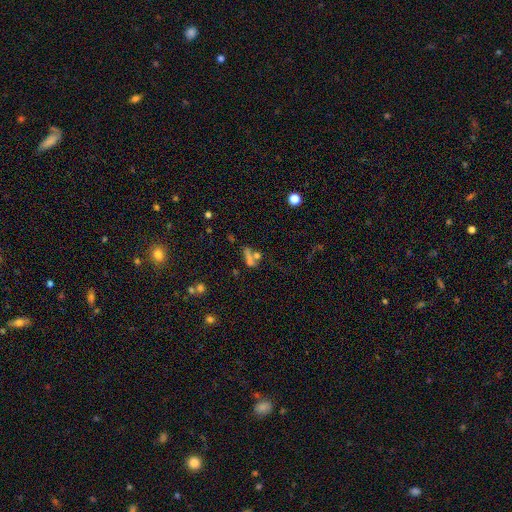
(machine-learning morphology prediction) A star or artifact, not a galaxy (46%).